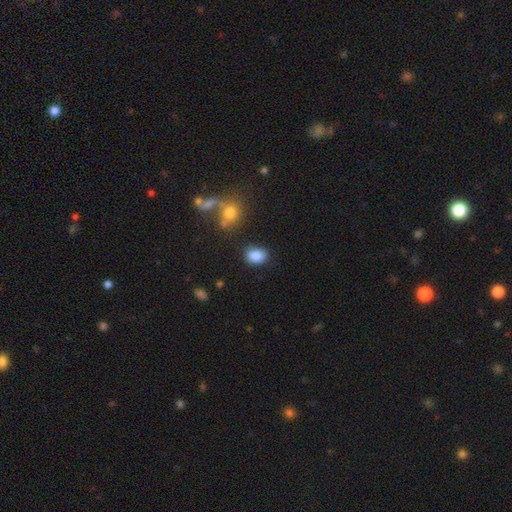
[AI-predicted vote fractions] This is clearly a smooth galaxy (86%). How rounded: likely in between (71%). Merging: likely none (75%).